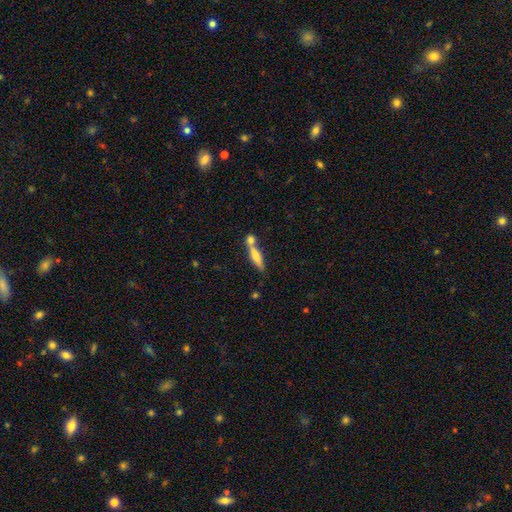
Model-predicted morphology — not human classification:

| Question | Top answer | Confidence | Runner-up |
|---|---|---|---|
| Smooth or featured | smooth | 53% | featured or disk (40%) |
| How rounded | cigar-shaped | 79% | in between (18%) |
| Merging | none | 53% | merger (32%) |